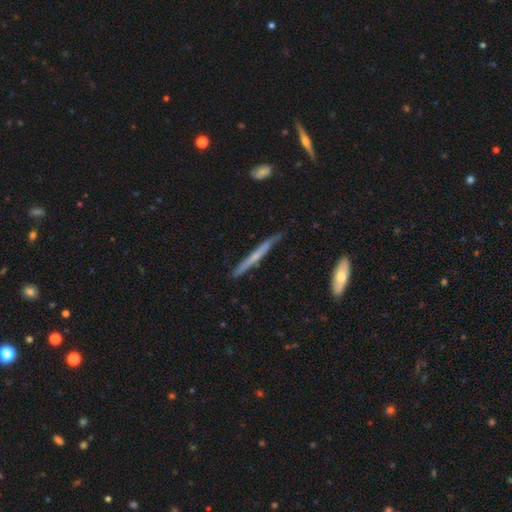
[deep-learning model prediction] The model was most divided on "edge-on bulge": none: 50%, rounded: 44%, boxy: 6%. More confident: edge-on disk — yes (96%); merging — none (87%); smooth or featured — featured or disk (61%).